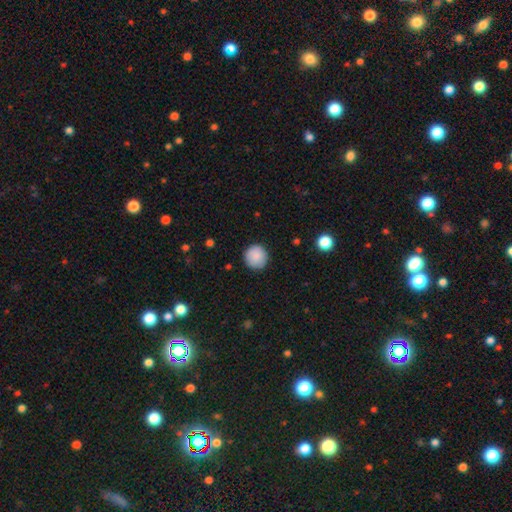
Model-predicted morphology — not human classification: The model was most divided on "smooth or featured": smooth: 89%, star or artifact: 8%, featured or disk: 4%. More confident: how rounded — round (95%); merging — none (89%).